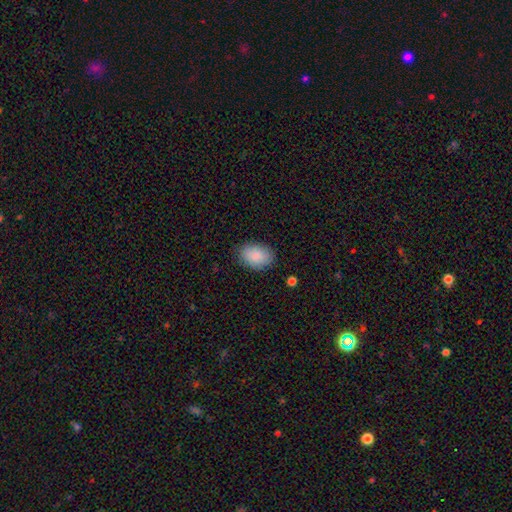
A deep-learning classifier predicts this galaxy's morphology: This appears to be a smooth galaxy with no disk features (88%) that is in between round and cigar-shaped (84%). Merging: none (85%).